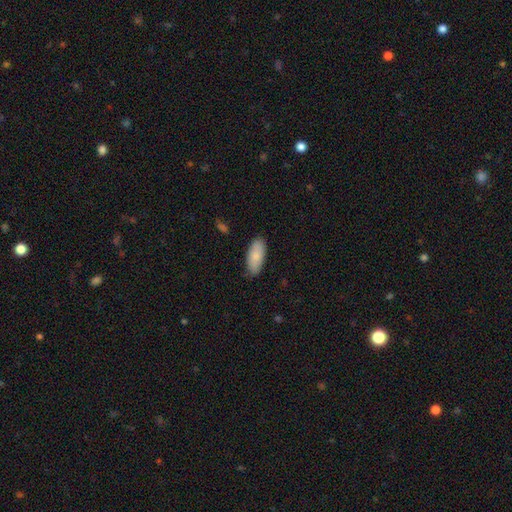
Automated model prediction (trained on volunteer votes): Smooth or featured? Predicted: smooth (p=0.85). How rounded? Predicted: in between (p=0.89). Merging? Predicted: none (p=0.82).